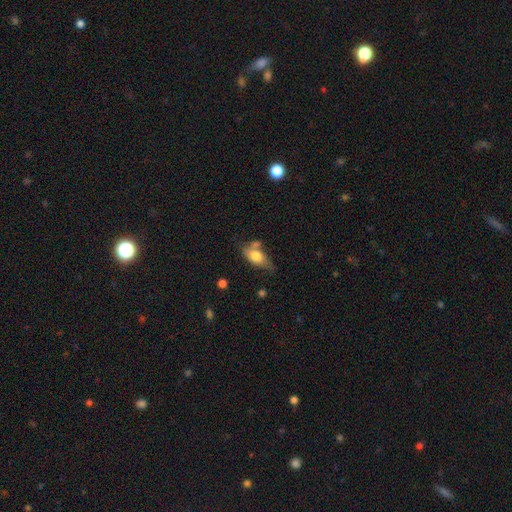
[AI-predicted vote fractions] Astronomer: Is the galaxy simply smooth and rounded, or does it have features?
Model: smooth — 71%.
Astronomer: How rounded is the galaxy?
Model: in between — 85%.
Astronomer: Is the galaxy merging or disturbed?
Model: none — 44% (runner-up: minor disturbance, 27%).